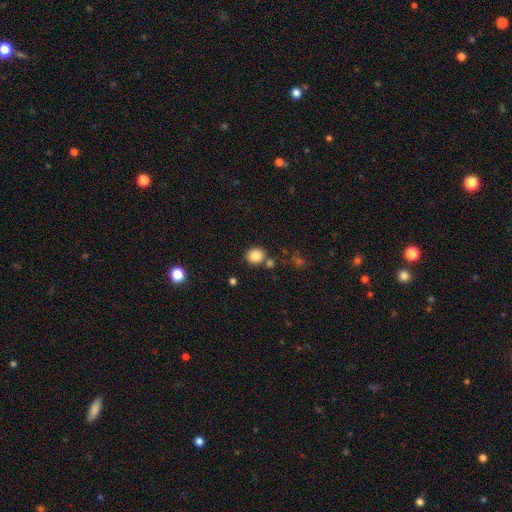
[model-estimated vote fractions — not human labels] Overall: smooth (84%). How rounded: round (86%). Merging: none (77%).